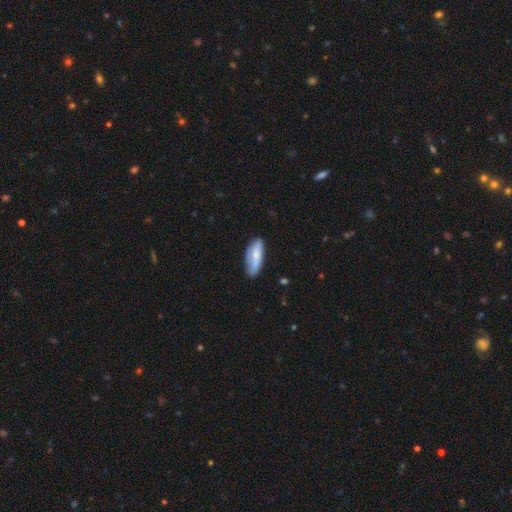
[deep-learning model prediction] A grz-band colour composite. It shows a smooth galaxy with no disk features (61%) that is in between round and cigar-shaped (70%). Merging: none (64%).